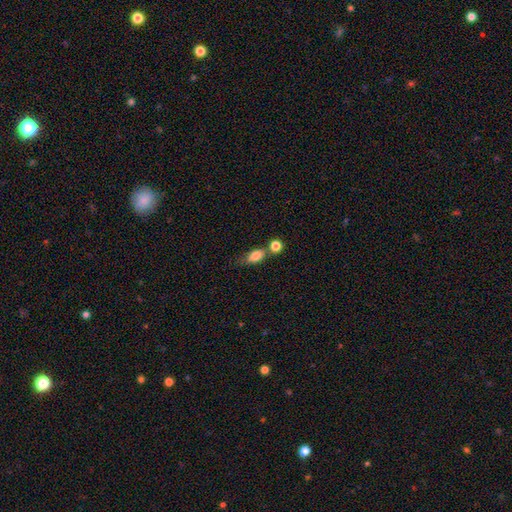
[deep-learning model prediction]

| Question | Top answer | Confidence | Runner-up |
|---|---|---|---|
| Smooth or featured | smooth | 81% | featured or disk (10%) |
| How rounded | in between | 73% | round (19%) |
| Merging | none | 42% | merger (36%) |